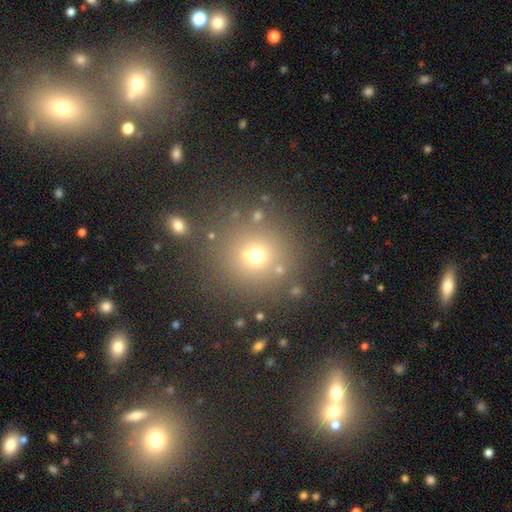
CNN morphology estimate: type=smooth (64%); roundness=round (91%); merging=none (76%).